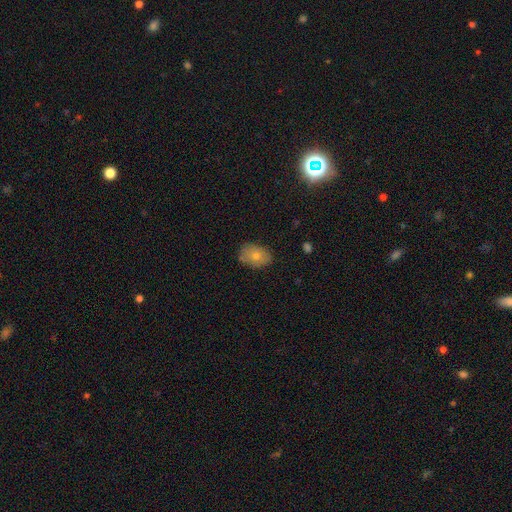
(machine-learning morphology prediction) Overall: smooth (75%). How rounded: in between (80%). Merging: none (78%).